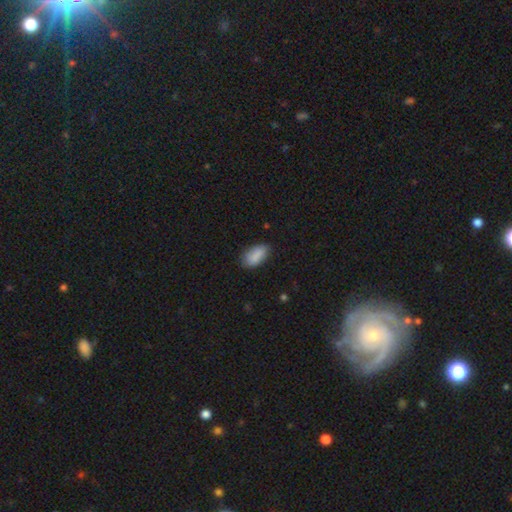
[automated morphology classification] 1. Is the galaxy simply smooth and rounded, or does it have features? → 88% smooth, 7% star or artifact, 5% featured or disk.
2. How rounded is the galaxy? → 91% in between, 6% cigar-shaped, 3% round.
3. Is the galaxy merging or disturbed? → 73% none, 22% minor disturbance, 4% major disturbance, 1% merger.